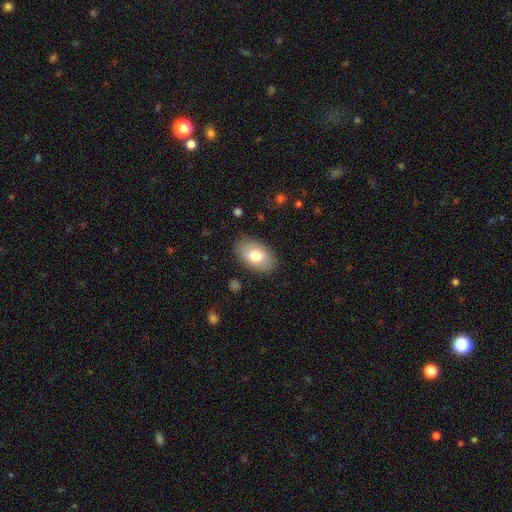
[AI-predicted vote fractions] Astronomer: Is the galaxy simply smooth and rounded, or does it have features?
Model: smooth — 74%.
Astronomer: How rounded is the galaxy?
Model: in between — 92%.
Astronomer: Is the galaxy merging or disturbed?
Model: none — 85%.